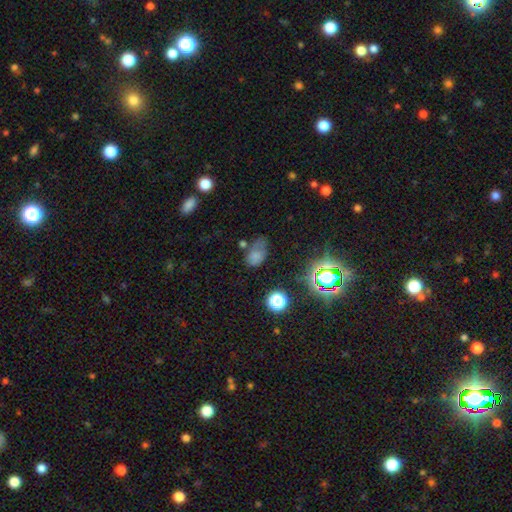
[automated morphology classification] Smooth or featured?
  - smooth: 65% *
  - star or artifact: 22%
  - featured or disk: 14%
How rounded?
  - in between: 83% *
  - round: 15%
  - cigar-shaped: 2%
Merging?
  - none: 42% *
  - minor disturbance: 31%
  - major disturbance: 18%
  - merger: 9%